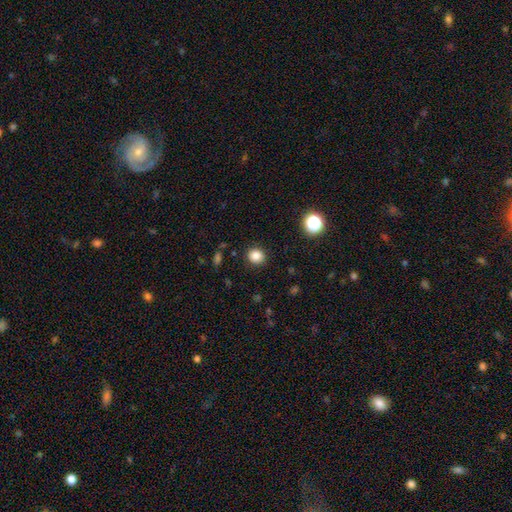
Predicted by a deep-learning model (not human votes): Smooth or featured? Predicted: smooth (p=0.84). How rounded? Predicted: round (p=0.80). Merging? Predicted: none (p=0.89).